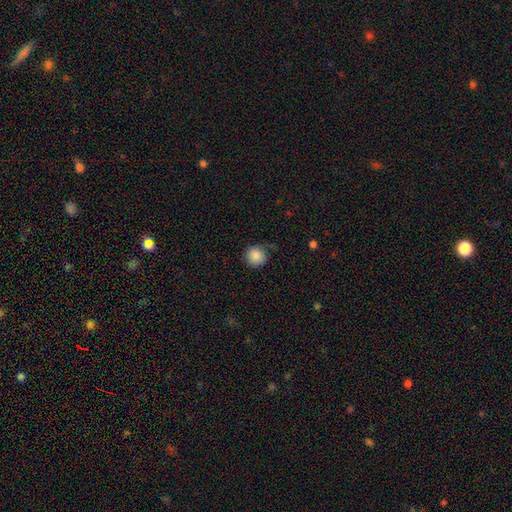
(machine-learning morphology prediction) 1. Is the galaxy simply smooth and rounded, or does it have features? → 87% smooth, 9% star or artifact, 4% featured or disk.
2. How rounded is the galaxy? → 94% round, 5% in between, 1% cigar-shaped.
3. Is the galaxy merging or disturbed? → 83% none, 13% minor disturbance, 3% major disturbance, 1% merger.